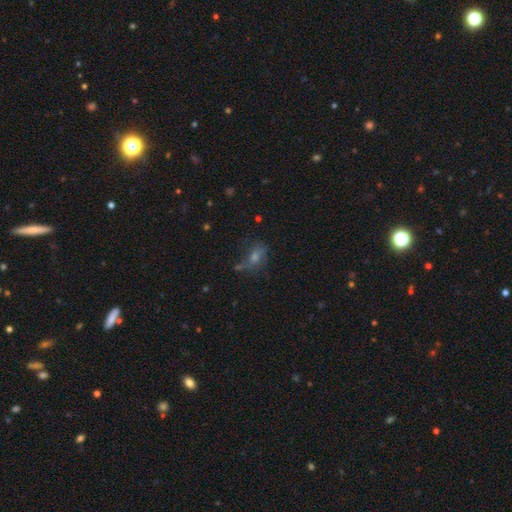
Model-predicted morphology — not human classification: type=smooth (47%); merging=none (53%).